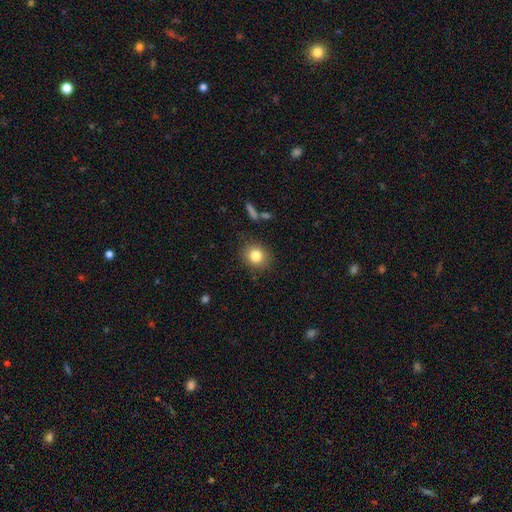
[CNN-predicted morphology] This appears to be a smooth galaxy with no disk features (82%) that is round (78%). Merging: none (87%).